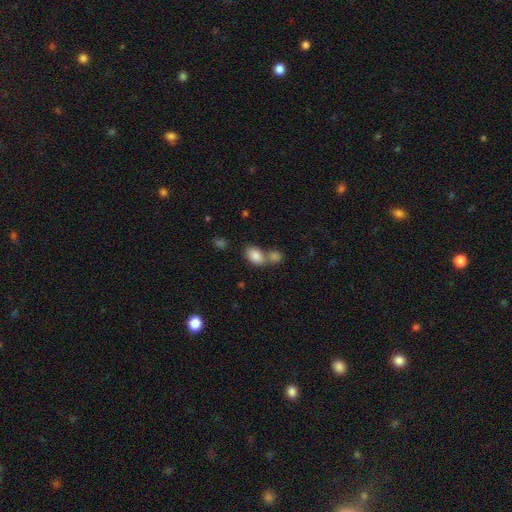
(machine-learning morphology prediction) Smooth or featured? smooth (84%)
How rounded? in between (82%)
Merging? merger (51%)